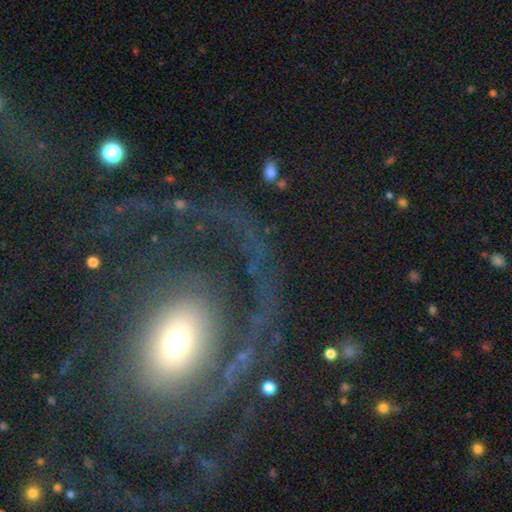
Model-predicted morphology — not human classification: Q: Smooth or featured?
A: featured or disk (67%); runner-up: smooth (22%)
Q: Edge-on disk?
A: no (95%); runner-up: yes (5%)
Q: Bar?
A: no (71%); runner-up: weak (19%)
Q: Spiral arms?
A: yes (72%); runner-up: no (28%)
Q: Bulge size?
A: moderate (55%); runner-up: small (24%)
Q: Merging?
A: none (54%); runner-up: major disturbance (30%)